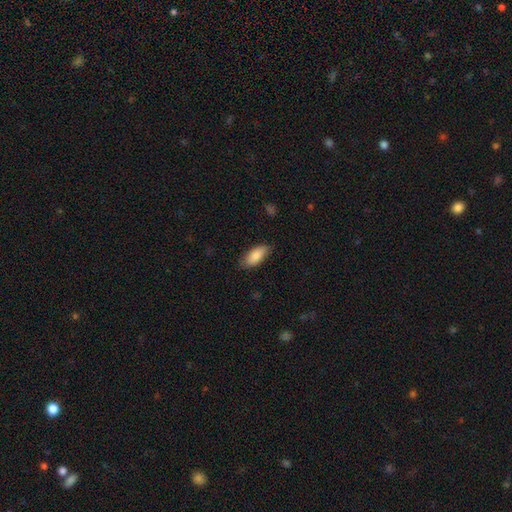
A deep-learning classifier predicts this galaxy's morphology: Smooth or featured?
  - smooth: 86% *
  - featured or disk: 8%
  - star or artifact: 6%
How rounded?
  - in between: 86% *
  - cigar-shaped: 12%
  - round: 2%
Merging?
  - none: 79% *
  - minor disturbance: 17%
  - major disturbance: 3%
  - merger: 1%